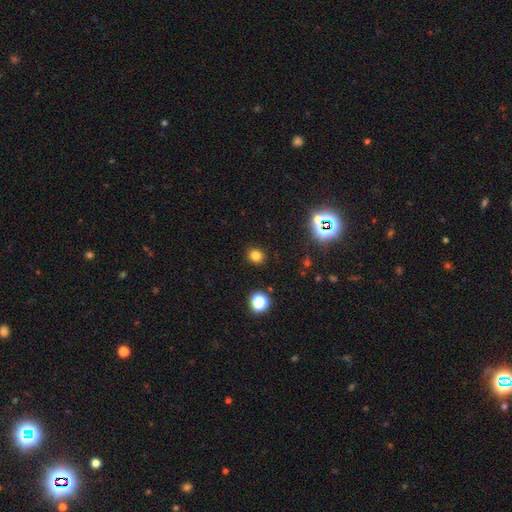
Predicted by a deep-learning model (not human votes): This is likely a smooth galaxy (78%). How rounded: clearly round (82%). Merging: clearly none (90%).